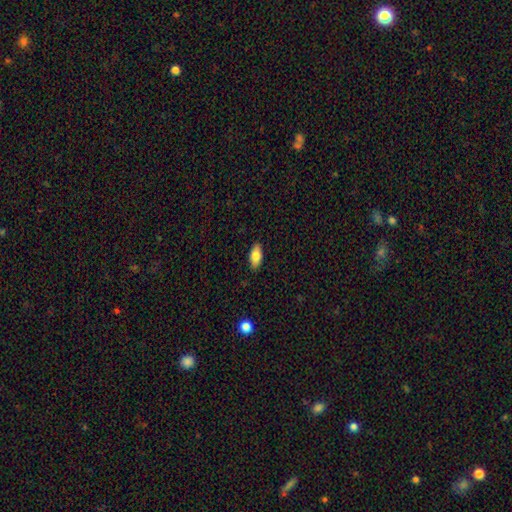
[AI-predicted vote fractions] A smooth galaxy with no disk features (79%) that is in between round and cigar-shaped (89%). Merging: none (88%).